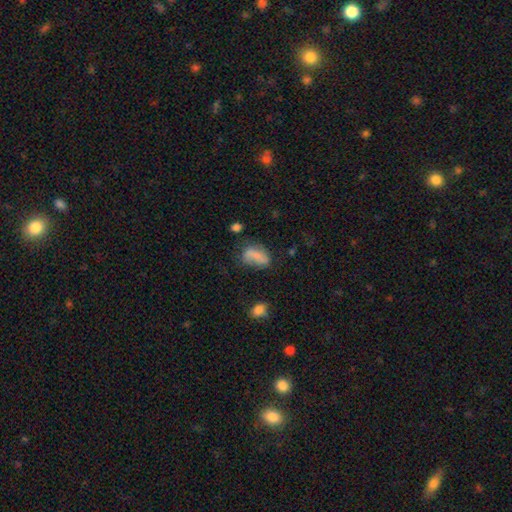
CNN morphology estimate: This appears to be a smooth galaxy with no disk features (66%) that is in between round and cigar-shaped (87%). Merging: none (45%).